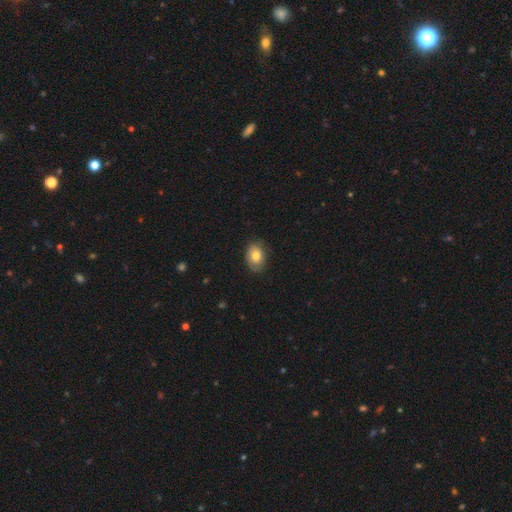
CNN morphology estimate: Q: Smooth or featured?
A: smooth (71%); runner-up: featured or disk (21%)
Q: How rounded?
A: in between (73%); runner-up: round (26%)
Q: Merging?
A: none (76%); runner-up: minor disturbance (19%)